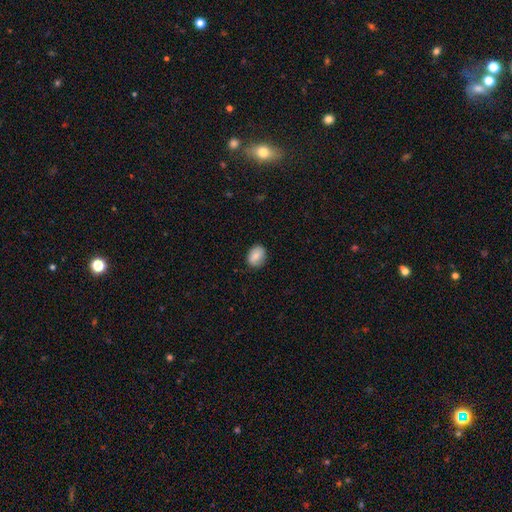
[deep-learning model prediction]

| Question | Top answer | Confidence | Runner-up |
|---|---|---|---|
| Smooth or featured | smooth | 84% | featured or disk (9%) |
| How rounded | in between | 64% | round (35%) |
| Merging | none | 84% | minor disturbance (13%) |